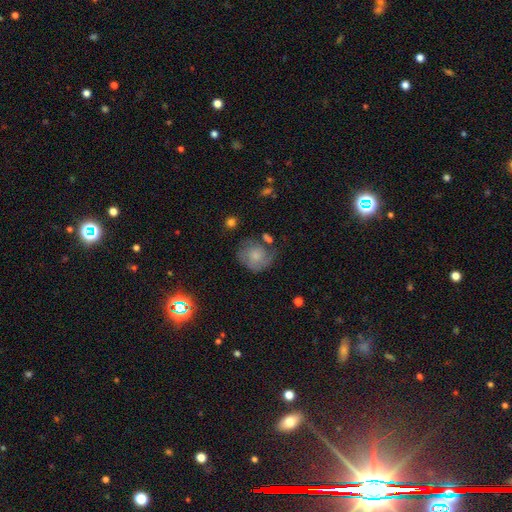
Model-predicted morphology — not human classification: Smooth or featured? smooth (50%)
Merging? none (48%)